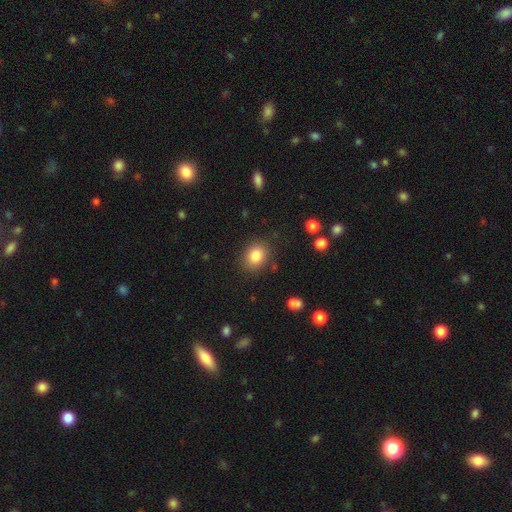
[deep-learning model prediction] A smooth galaxy with no disk features (85%) that is round (55%). Merging: none (84%).